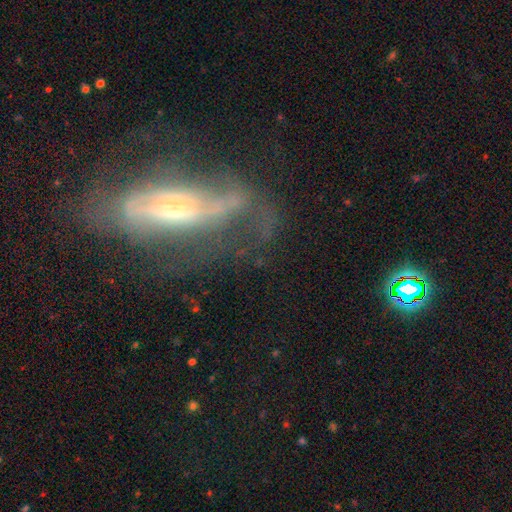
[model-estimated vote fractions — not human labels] Smooth or featured: featured or disk — 69% (smooth — 20%)
Edge-on disk: no — 69% (yes — 31%)
Merging: major disturbance — 38% (none — 35%)